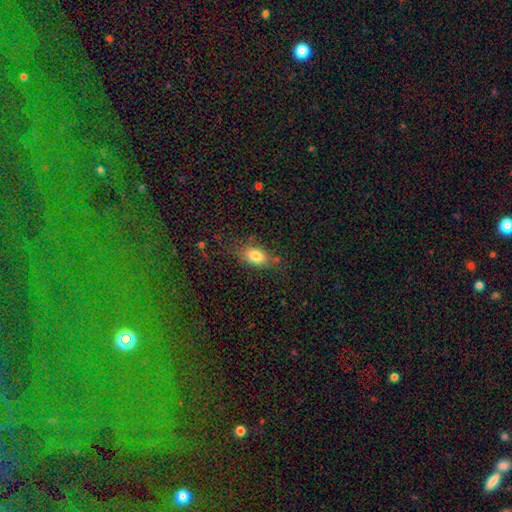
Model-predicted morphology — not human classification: Overall: smooth (80%). How rounded: in between (84%). Merging: none (71%).